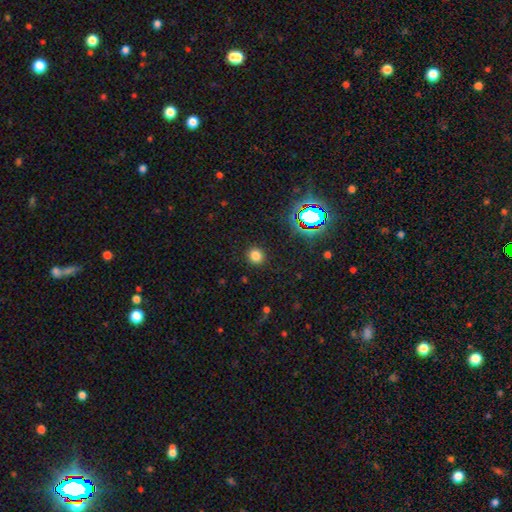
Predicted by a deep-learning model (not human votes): Smooth or featured? Predicted: smooth (p=0.77). How rounded? Predicted: round (p=0.87). Merging? Predicted: none (p=0.91).